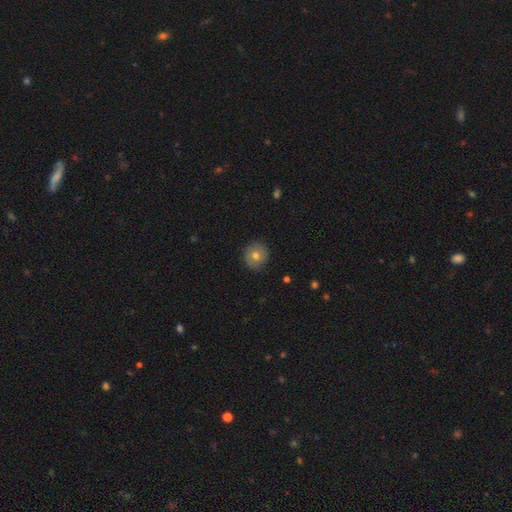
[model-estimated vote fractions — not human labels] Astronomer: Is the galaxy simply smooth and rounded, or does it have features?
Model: smooth — 67%.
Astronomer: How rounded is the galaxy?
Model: round — 91%.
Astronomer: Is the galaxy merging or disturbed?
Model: none — 85%.